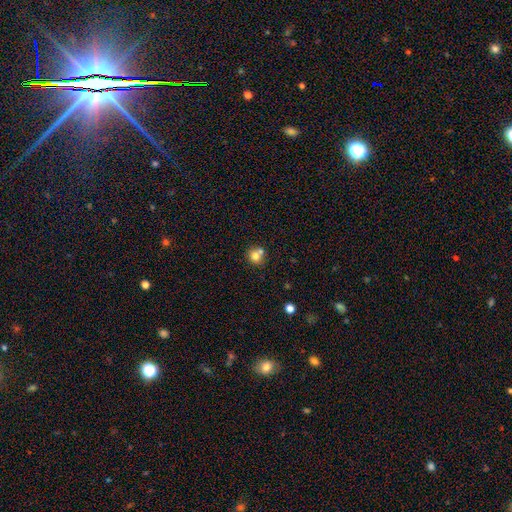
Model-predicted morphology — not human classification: Smooth or featured: smooth — 75% (featured or disk — 13%)
How rounded: round — 83% (in between — 16%)
Merging: none — 51% (merger — 38%)